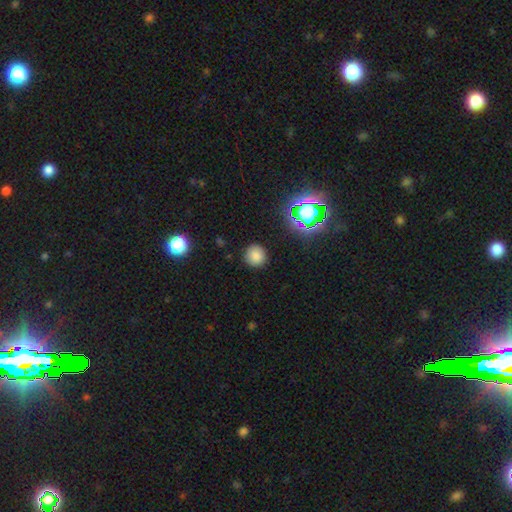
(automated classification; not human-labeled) Overall: smooth (78%). How rounded: round (92%). Merging: none (89%).